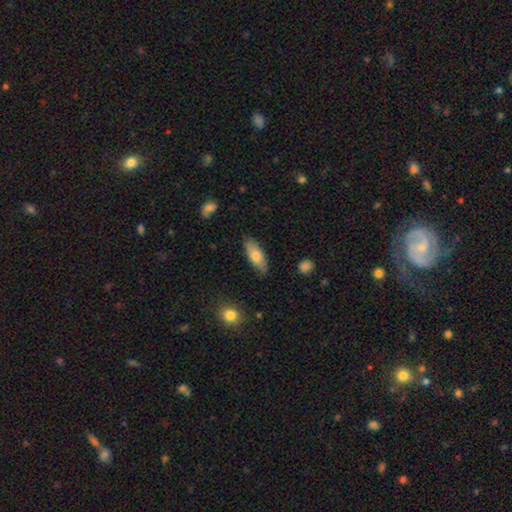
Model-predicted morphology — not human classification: smooth_or_featured: smooth (p=0.74) [alt: featured or disk p=0.20]
how_rounded: in between (p=0.73) [alt: cigar-shaped p=0.25]
merging: none (p=0.83) [alt: minor disturbance p=0.13]